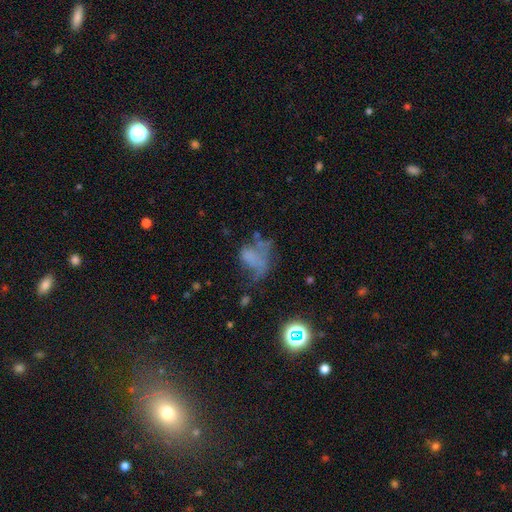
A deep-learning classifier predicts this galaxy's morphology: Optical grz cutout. It shows a featured or disk galaxy (40%). Merging: major disturbance (45%).